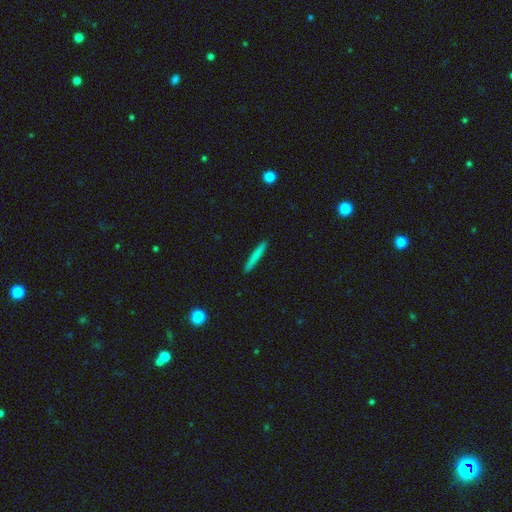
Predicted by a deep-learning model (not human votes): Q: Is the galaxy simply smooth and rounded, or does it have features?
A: smooth — 75%.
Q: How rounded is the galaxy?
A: cigar-shaped — 96%.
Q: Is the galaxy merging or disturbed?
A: none — 91%.